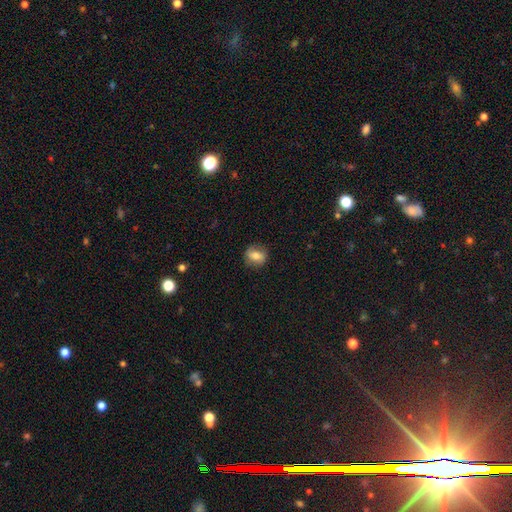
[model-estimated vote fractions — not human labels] Smooth or featured? Predicted: smooth (p=0.65). How rounded? Predicted: round (p=0.54). Merging? Predicted: none (p=0.81).